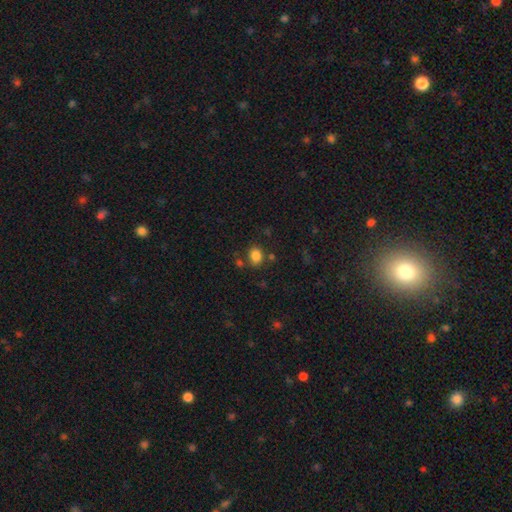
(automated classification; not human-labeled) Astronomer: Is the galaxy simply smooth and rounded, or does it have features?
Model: smooth — 83%.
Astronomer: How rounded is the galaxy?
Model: in between — 59% (runner-up: round, 40%).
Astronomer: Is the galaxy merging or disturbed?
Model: none — 74%.